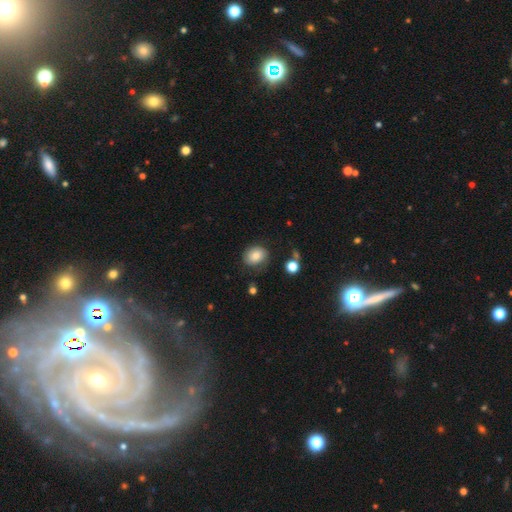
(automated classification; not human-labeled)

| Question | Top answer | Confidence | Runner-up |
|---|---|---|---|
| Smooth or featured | smooth | 73% | featured or disk (17%) |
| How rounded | round | 56% | in between (43%) |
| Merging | none | 69% | minor disturbance (21%) |